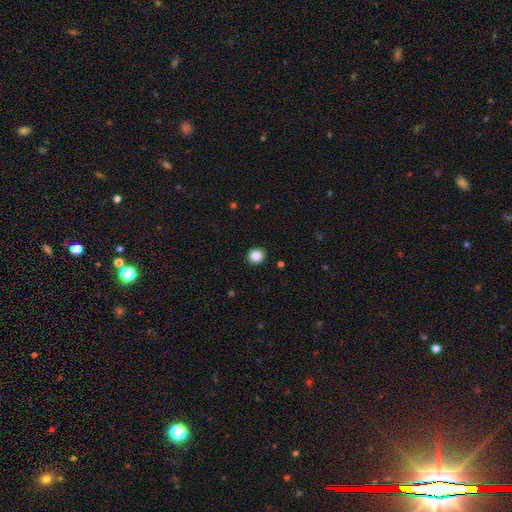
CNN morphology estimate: Overall: smooth (86%). How rounded: round (88%). Merging: none (92%).